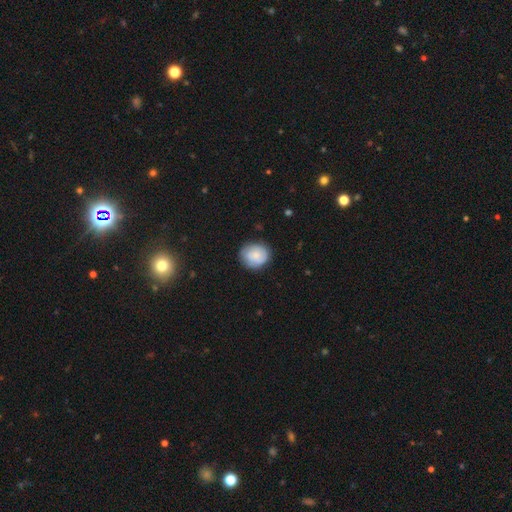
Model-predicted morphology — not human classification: This is likely a smooth galaxy (73%). How rounded: likely round (74%). Merging: clearly none (80%).